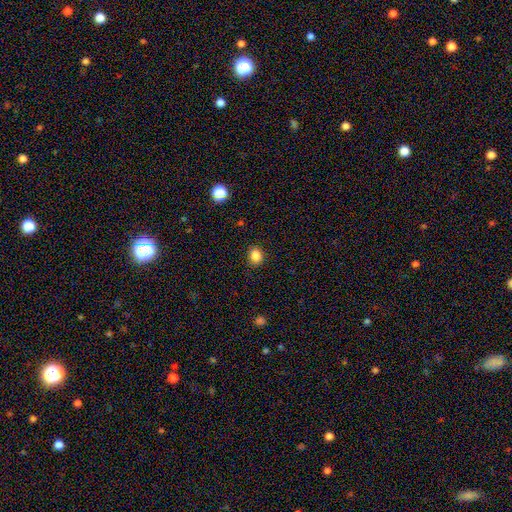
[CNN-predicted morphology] A smooth galaxy with no disk features (86%) that is round (63%).

Vote fractions:
- Smooth or featured? smooth: 86% / star or artifact: 11% / featured or disk: 4%
- How rounded? round: 63% / in between: 36% / cigar-shaped: 1%
- Merging? none: 88% / minor disturbance: 9% / major disturbance: 2% / merger: 1%